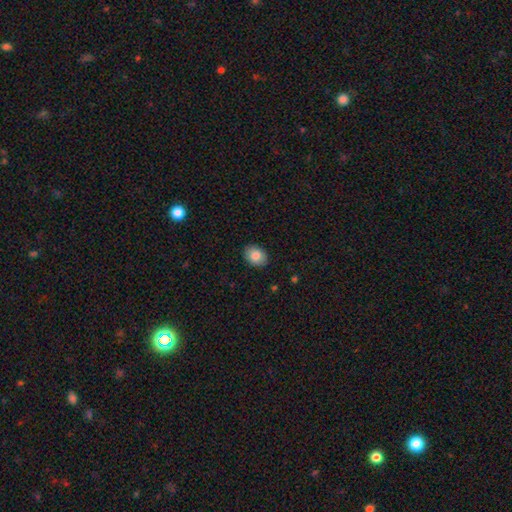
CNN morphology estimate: Smooth or featured? smooth (83%)
How rounded? in between (67%)
Merging? none (89%)